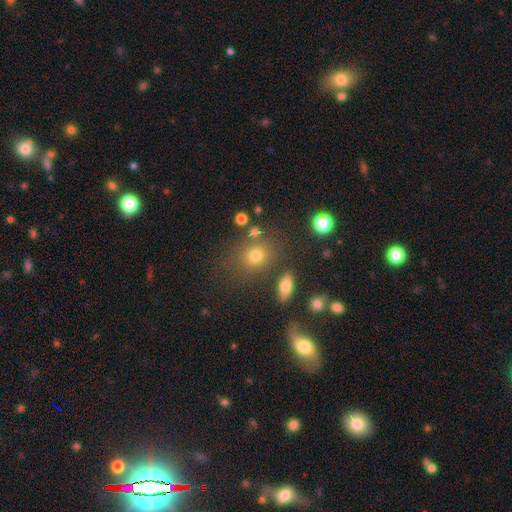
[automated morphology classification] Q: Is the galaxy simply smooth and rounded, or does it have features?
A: smooth — 71%.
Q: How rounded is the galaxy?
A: round — 58%.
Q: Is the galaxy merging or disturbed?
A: none — 71%.